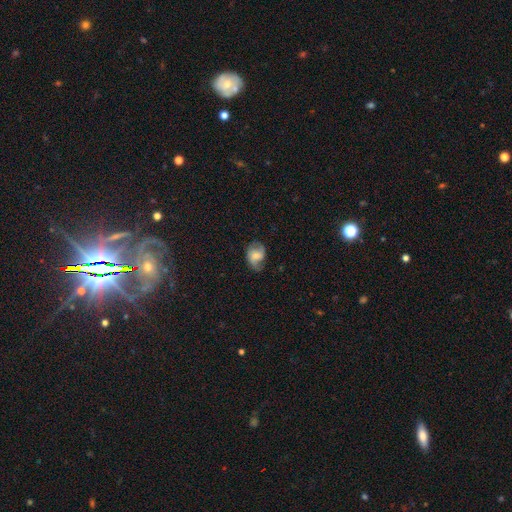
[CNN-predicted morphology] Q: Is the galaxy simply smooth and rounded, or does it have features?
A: featured or disk — 55%.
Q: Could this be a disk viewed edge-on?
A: no — 97%.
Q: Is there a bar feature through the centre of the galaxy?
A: no — 46%.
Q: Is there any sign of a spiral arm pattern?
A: yes — 87%.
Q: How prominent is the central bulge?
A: moderate — 46%.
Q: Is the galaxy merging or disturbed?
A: none — 60%.